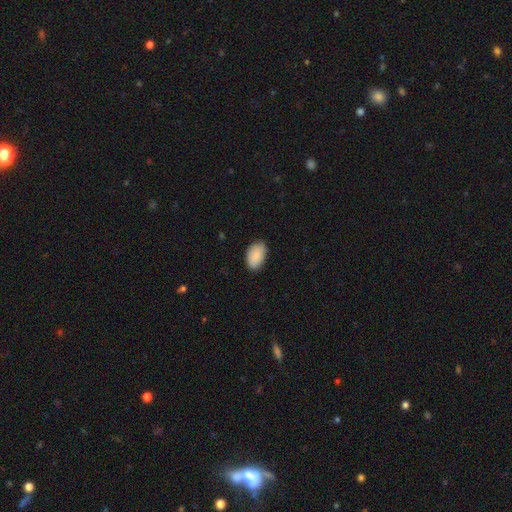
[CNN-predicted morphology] A smooth galaxy with no disk features (89%) that is in between round and cigar-shaped (93%). Merging: none (81%).